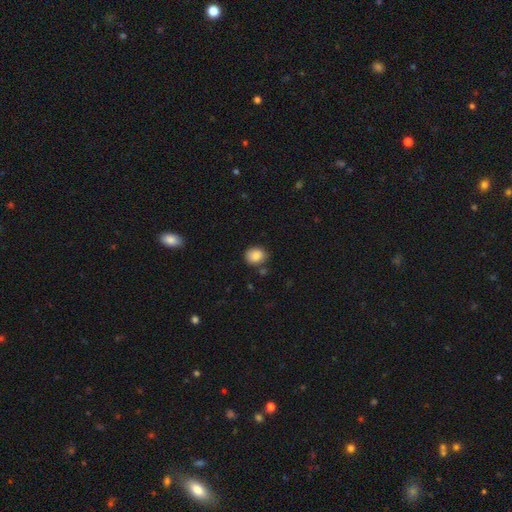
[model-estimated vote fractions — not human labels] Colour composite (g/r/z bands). It shows a smooth galaxy with no disk features (85%) that is round (57%). Merging: none (78%).